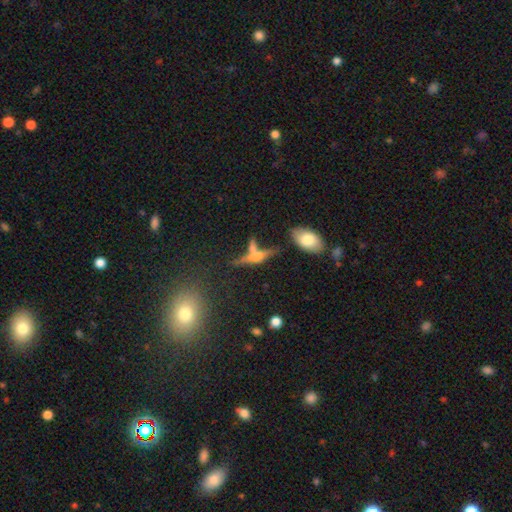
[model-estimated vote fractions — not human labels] The model was most divided on "smooth or featured": featured or disk: 49%, smooth: 37%, star or artifact: 13%. More confident: merging — none (52%).